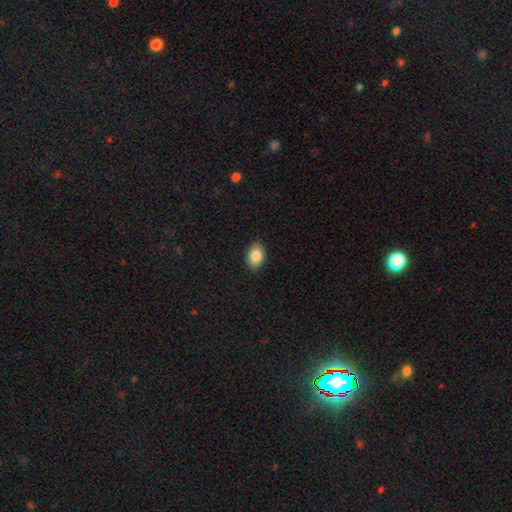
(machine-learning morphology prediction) smooth-or-featured: smooth: 86% | star or artifact: 8% | featured or disk: 7%
  how-rounded: in between: 84% | round: 15% | cigar-shaped: 1%
  merging: none: 89% | minor disturbance: 8% | major disturbance: 2% | merger: 1%